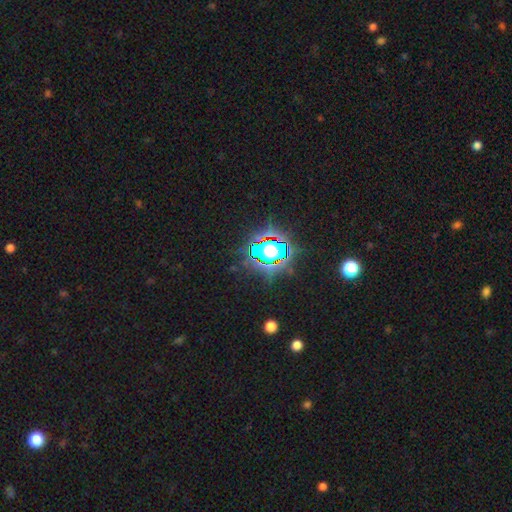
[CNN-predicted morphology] This is likely a star or artifact rather than a galaxy (72%).